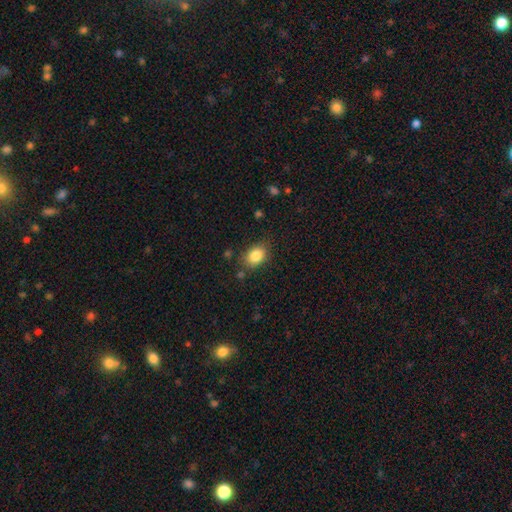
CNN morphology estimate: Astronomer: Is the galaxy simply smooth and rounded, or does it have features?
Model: smooth — 85%.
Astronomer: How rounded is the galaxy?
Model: in between — 76%.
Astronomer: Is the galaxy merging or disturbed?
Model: none — 79%.